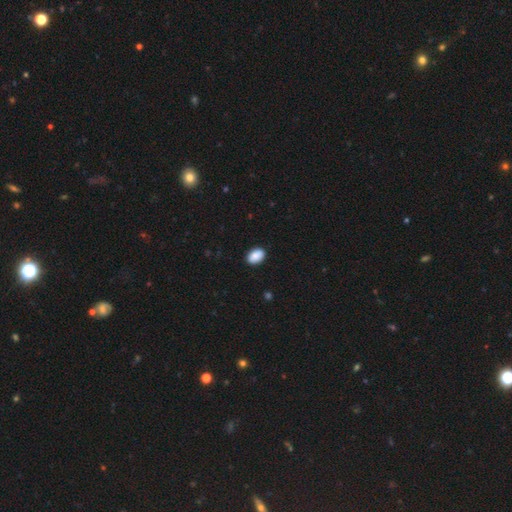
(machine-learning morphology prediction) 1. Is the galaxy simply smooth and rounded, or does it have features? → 89% smooth, 7% star or artifact, 4% featured or disk.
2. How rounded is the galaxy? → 87% in between, 12% round, 1% cigar-shaped.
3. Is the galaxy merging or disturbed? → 88% none, 9% minor disturbance, 2% major disturbance, 1% merger.